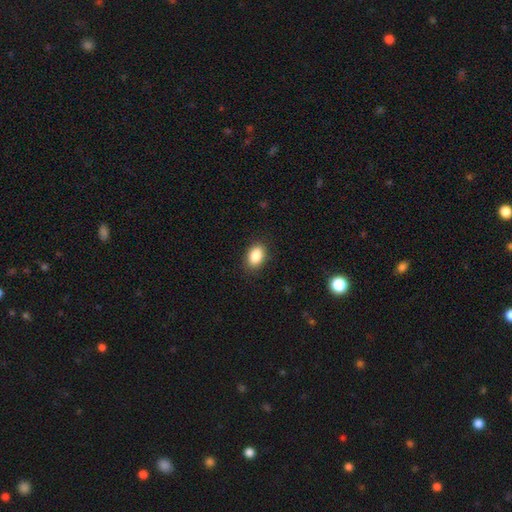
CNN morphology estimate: Smooth or featured: smooth — 88% (star or artifact — 8%)
How rounded: in between — 87% (round — 12%)
Merging: none — 87% (minor disturbance — 9%)